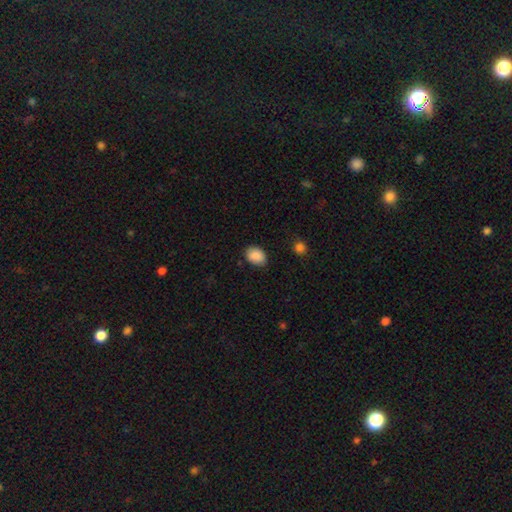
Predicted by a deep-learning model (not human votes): This is clearly a smooth galaxy (89%). How rounded: likely in between (70%). Merging: likely none (80%).